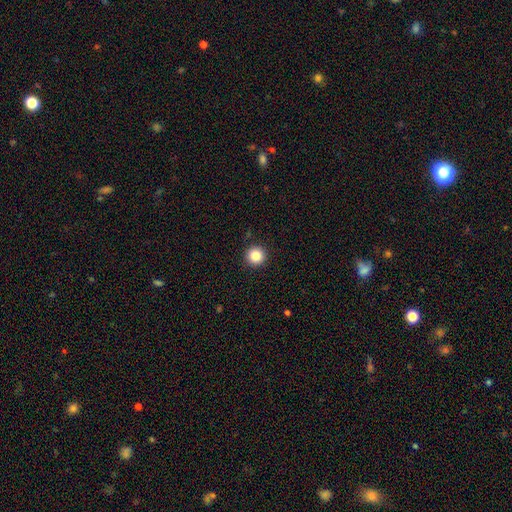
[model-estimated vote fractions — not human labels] This appears to be a smooth galaxy with no disk features (85%) that is round (96%). Merging: none (92%).